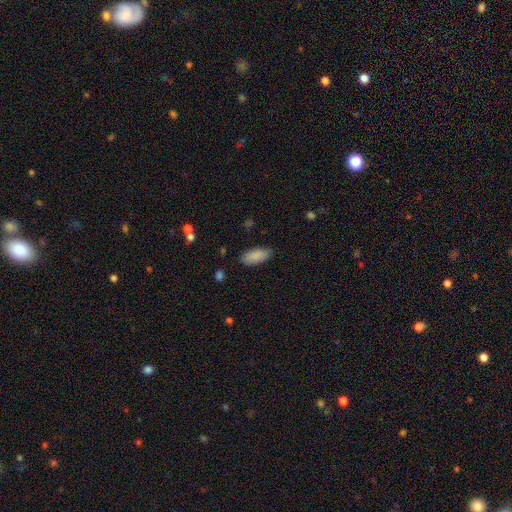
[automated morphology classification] A smooth galaxy with no disk features (89%) that is in between round and cigar-shaped (88%). Merging: none (83%).